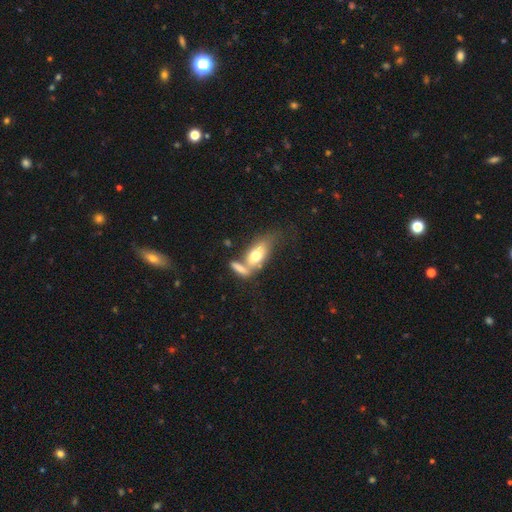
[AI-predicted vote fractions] smooth_or_featured: smooth (p=0.67) [alt: featured or disk p=0.27]
how_rounded: in between (p=0.79) [alt: cigar-shaped p=0.16]
merging: merger (p=0.47) [alt: none p=0.30]